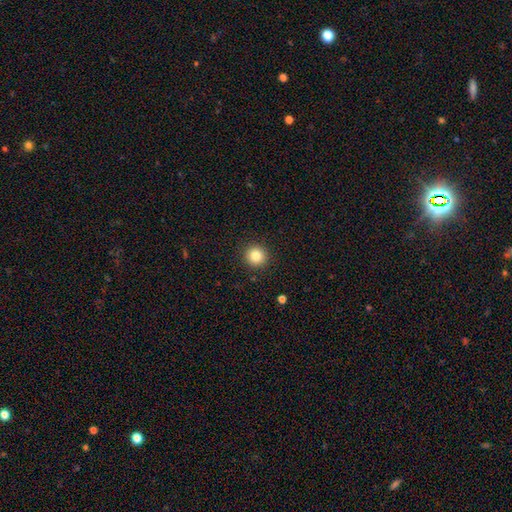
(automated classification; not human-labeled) Smooth or featured? smooth (84%)
How rounded? round (93%)
Merging? none (92%)